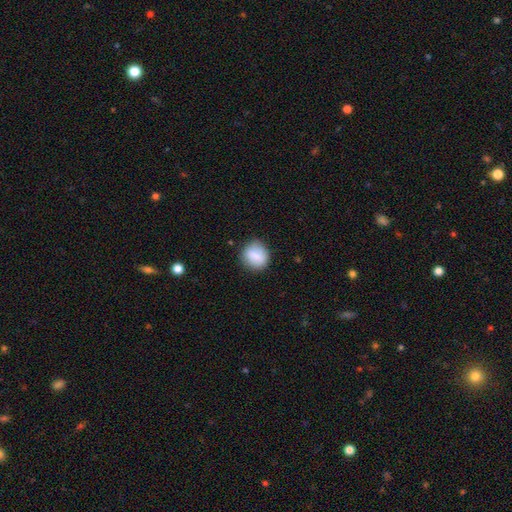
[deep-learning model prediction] This appears to be a smooth galaxy with no disk features (82%) that is round (74%). Merging: none (81%).